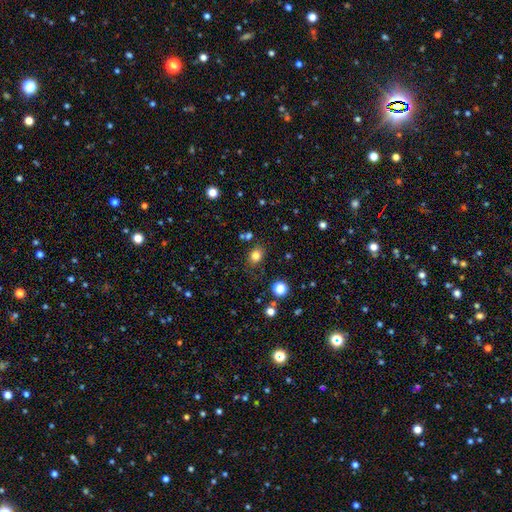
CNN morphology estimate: Smooth or featured?
  - smooth: 80% *
  - star or artifact: 13%
  - featured or disk: 7%
How rounded?
  - in between: 50% *
  - round: 49%
  - cigar-shaped: 1%
Merging?
  - none: 78% *
  - minor disturbance: 13%
  - major disturbance: 4%
  - merger: 4%